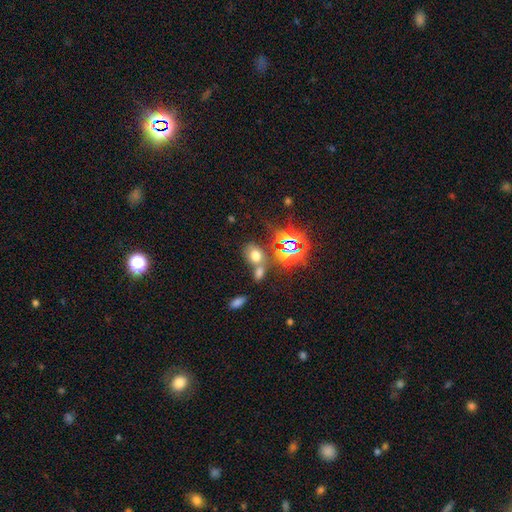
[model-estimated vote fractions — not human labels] A smooth galaxy with no disk features (59%) that is in between round and cigar-shaped (67%).

Vote fractions:
- Smooth or featured? smooth: 59% / star or artifact: 31% / featured or disk: 11%
- How rounded? in between: 67% / round: 32% / cigar-shaped: 2%
- Merging? none: 53% / merger: 30% / minor disturbance: 11% / major disturbance: 5%